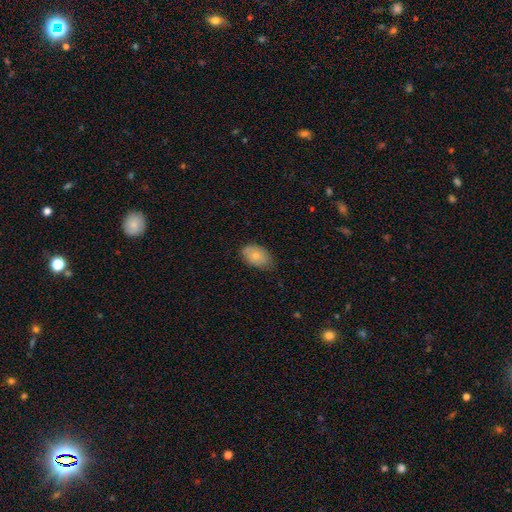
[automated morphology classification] type=smooth (78%); roundness=in between (89%); merging=none (70%).